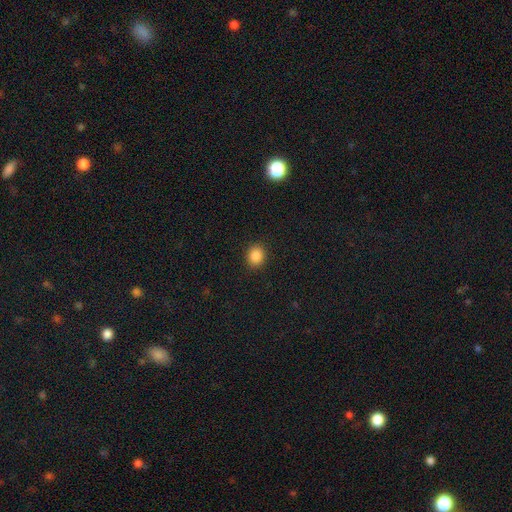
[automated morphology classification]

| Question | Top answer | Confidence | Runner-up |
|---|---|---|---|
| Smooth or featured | smooth | 86% | star or artifact (10%) |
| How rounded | round | 70% | in between (29%) |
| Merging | none | 91% | minor disturbance (6%) |